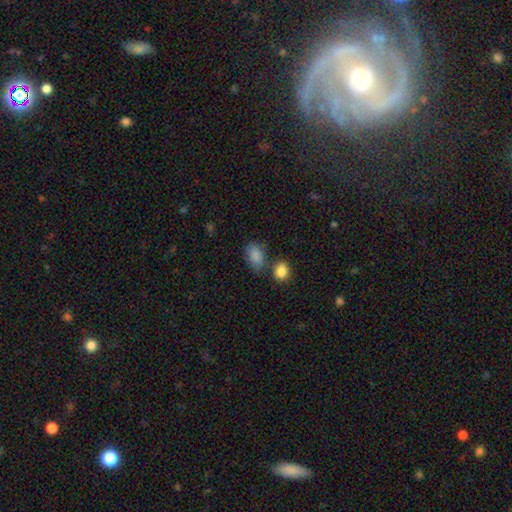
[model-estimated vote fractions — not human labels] Smooth or featured? Predicted: smooth (p=0.86). How rounded? Predicted: in between (p=0.84). Merging? Predicted: none (p=0.57).